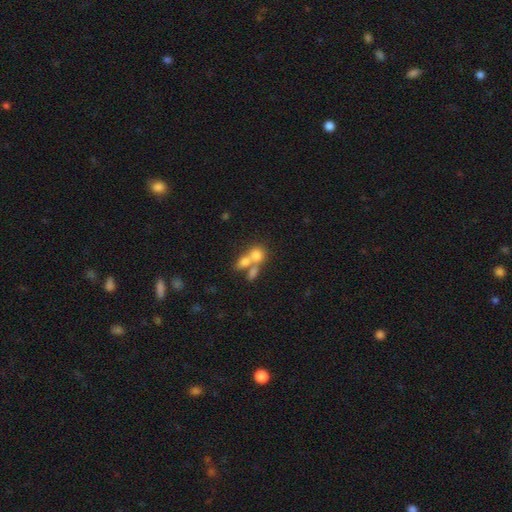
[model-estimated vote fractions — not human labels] Smooth or featured? Predicted: smooth (p=0.71). How rounded? Predicted: round (p=0.53). Merging? Predicted: merger (p=0.58).